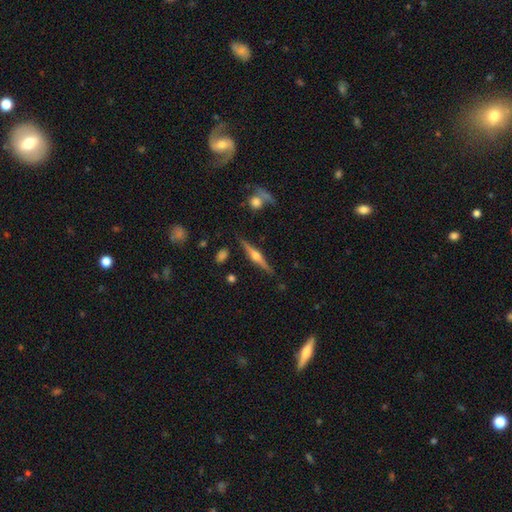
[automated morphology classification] A featured or disk galaxy (77%) viewed edge-on (98%) with a rounded central bulge (94%).

Vote fractions:
- Smooth or featured? featured or disk: 77% / smooth: 17% / star or artifact: 6%
- Edge-on disk? yes: 98% / no: 2%
- Edge-on bulge? rounded: 94% / boxy: 4% / none: 2%
- Merging? none: 87% / minor disturbance: 9% / merger: 3% / major disturbance: 2%